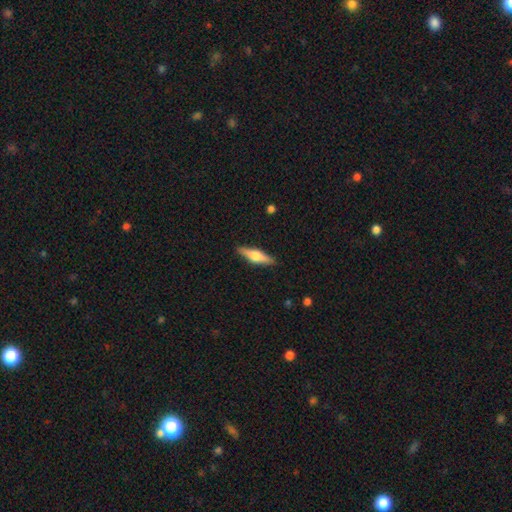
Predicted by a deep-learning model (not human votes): smooth-or-featured: featured or disk: 54% | smooth: 40% | star or artifact: 6%
  disk-edge-on: yes: 96% | no: 4%
    edge-on-bulge: rounded: 91% | boxy: 6% | none: 2%
  merging: none: 90% | minor disturbance: 8% | major disturbance: 2% | merger: 1%